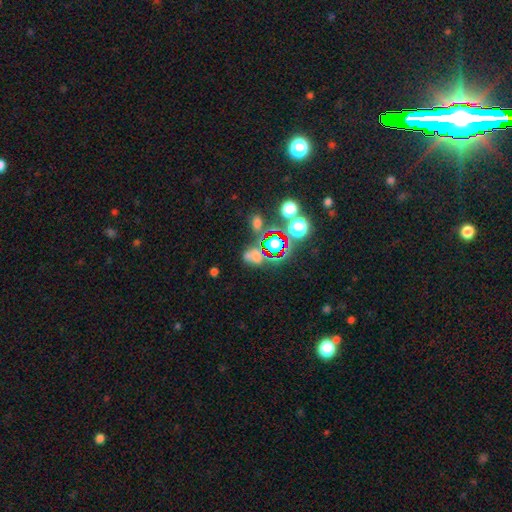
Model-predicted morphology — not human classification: Overall: smooth (46%; star or artifact 39%). Merging: none (47%; merger 22%).